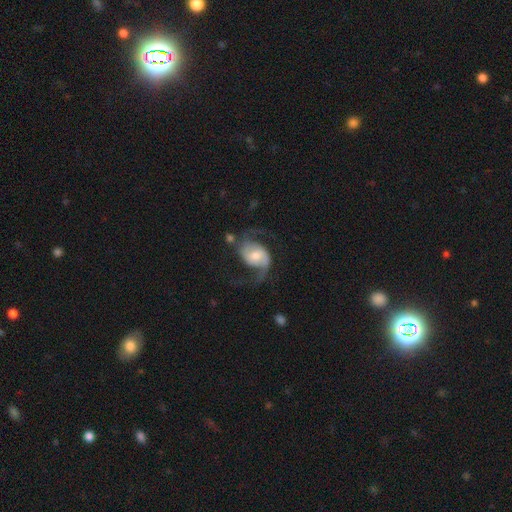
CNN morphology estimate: featured or disk 85%, smooth 10%, star or artifact 5%. Down the decision tree: edge-on disk — no (98%); bar — no (48%); spiral arms — yes (96%); spiral arm count — 2 (92%); spiral winding — loose (61%); bulge size — moderate (51%); merging — none (65%).